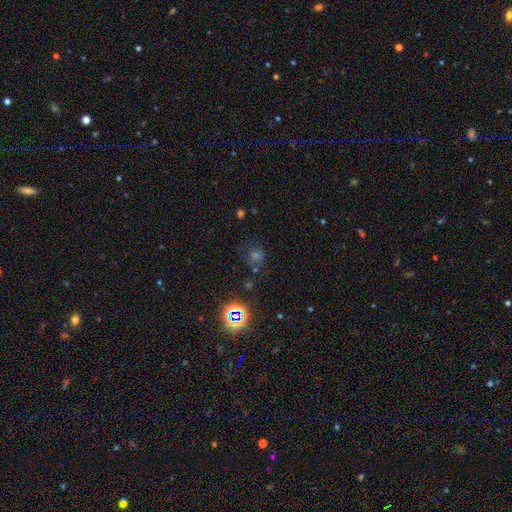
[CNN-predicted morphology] Smooth or featured: star or artifact — 50% (smooth — 39%)